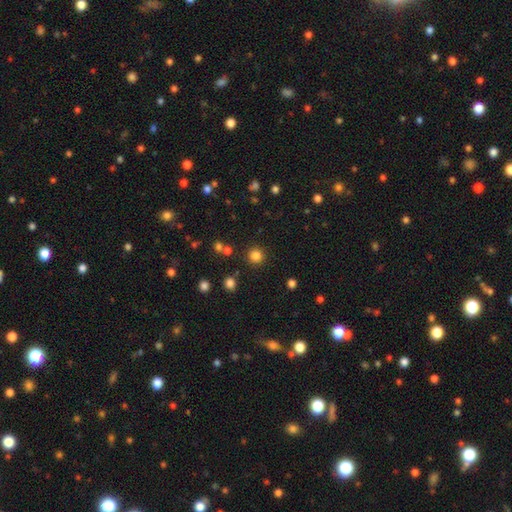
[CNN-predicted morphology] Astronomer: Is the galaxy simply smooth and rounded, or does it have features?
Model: smooth — 82%.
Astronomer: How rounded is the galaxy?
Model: round — 95%.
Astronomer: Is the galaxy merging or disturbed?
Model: none — 89%.